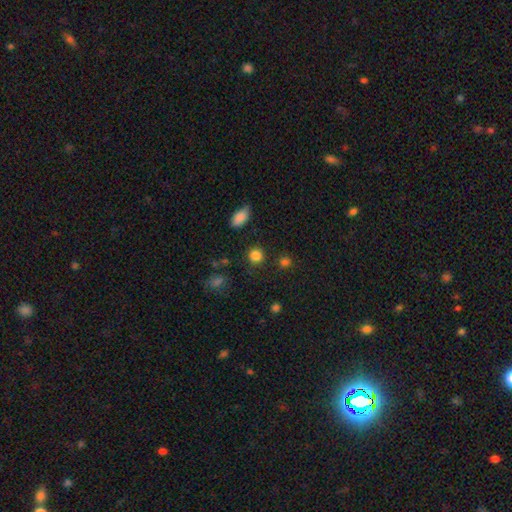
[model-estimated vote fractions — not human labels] Smooth or featured?
  - smooth: 84% *
  - star or artifact: 12%
  - featured or disk: 4%
How rounded?
  - round: 89% *
  - in between: 10%
  - cigar-shaped: 1%
Merging?
  - none: 86% *
  - minor disturbance: 8%
  - major disturbance: 3%
  - merger: 3%